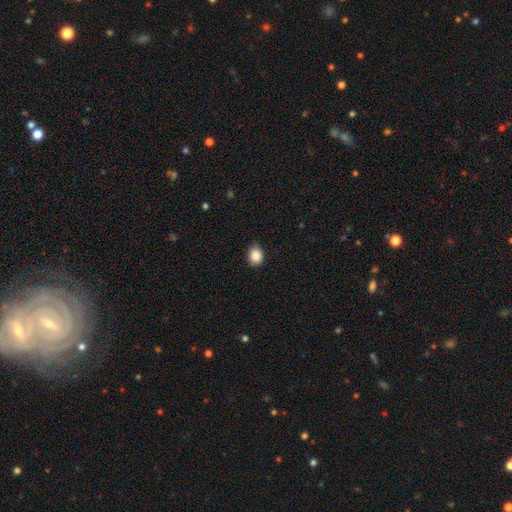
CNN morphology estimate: Overall: smooth (88%). How rounded: round (52%; in between 48%). Merging: none (76%).